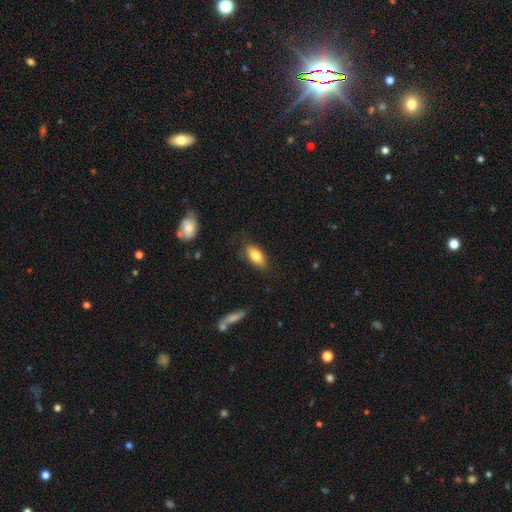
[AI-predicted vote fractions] smooth_or_featured: smooth (p=0.80) [alt: featured or disk p=0.13]
how_rounded: in between (p=0.85) [alt: cigar-shaped p=0.12]
merging: none (p=0.79) [alt: minor disturbance p=0.16]